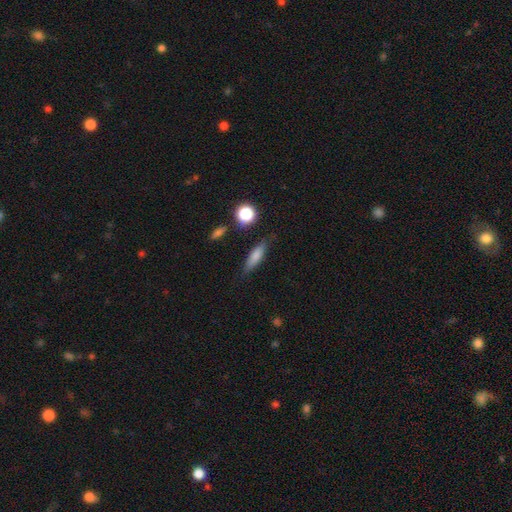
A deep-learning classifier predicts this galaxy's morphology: Smooth or featured: smooth — 72% (featured or disk — 18%)
How rounded: cigar-shaped — 61% (in between — 35%)
Merging: none — 79% (minor disturbance — 14%)